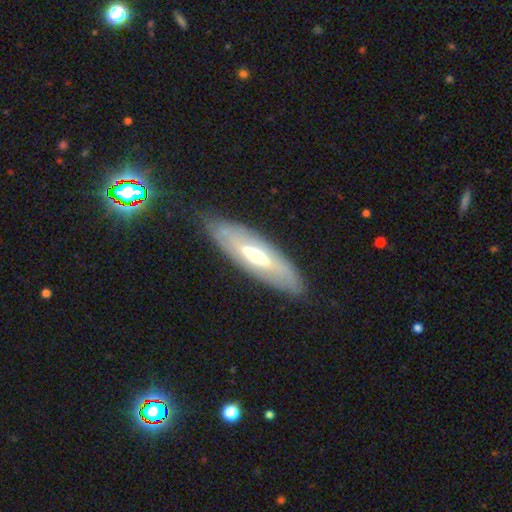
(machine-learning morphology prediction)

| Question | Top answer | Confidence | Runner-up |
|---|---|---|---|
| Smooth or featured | featured or disk | 64% | smooth (28%) |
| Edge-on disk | no | 64% | yes (36%) |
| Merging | none | 82% | minor disturbance (13%) |